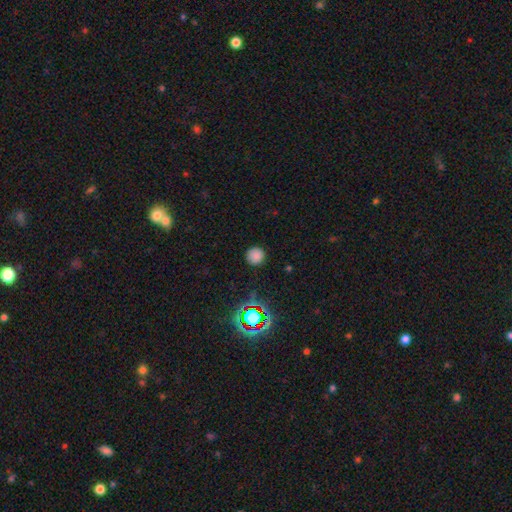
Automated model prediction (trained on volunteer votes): The model was most divided on "smooth or featured": smooth: 77%, star or artifact: 18%, featured or disk: 5%. More confident: how rounded — round (94%); merging — none (89%).